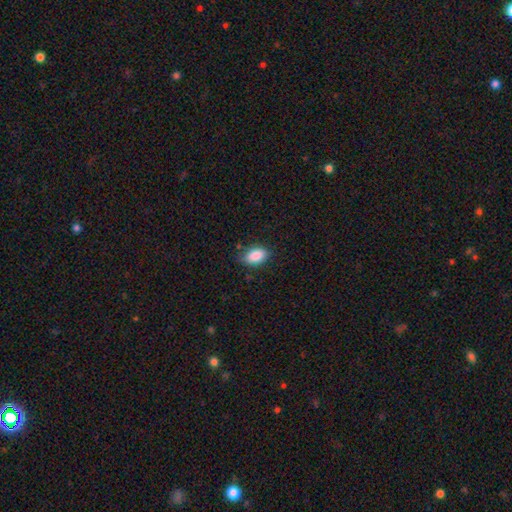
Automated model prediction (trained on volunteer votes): A smooth galaxy with no disk features (88%) that is in between round and cigar-shaped (89%). Merging: none (76%).